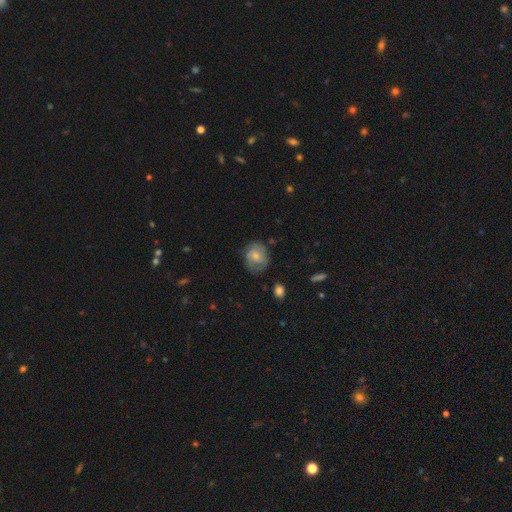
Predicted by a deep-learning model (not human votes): A featured or disk galaxy (53%) with no bar (64%), spiral arms (83%) and a small central bulge (45%).

Vote fractions:
- Smooth or featured? featured or disk: 53% / smooth: 40% / star or artifact: 7%
- Edge-on disk? no: 97% / yes: 3%
- Bar? no: 64% / weak: 32% / strong: 4%
- Spiral arms? yes: 83% / no: 17%
- Bulge size? small: 45% / moderate: 44% / none: 6% / large: 4% / dominant: 1%
- Merging? none: 70% / minor disturbance: 21% / major disturbance: 7% / merger: 2%